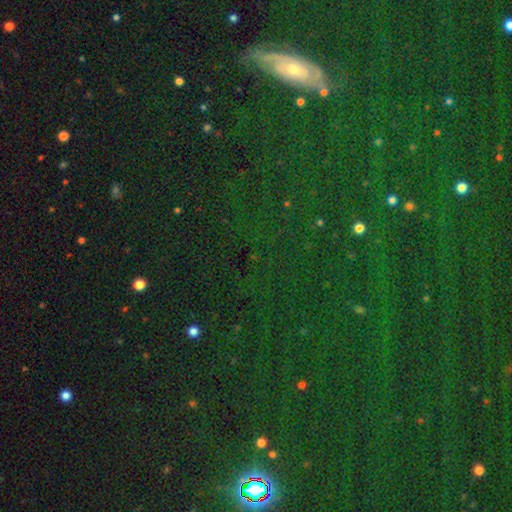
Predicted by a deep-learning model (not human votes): smooth_or_featured: star or artifact (p=0.71) [alt: smooth p=0.17]